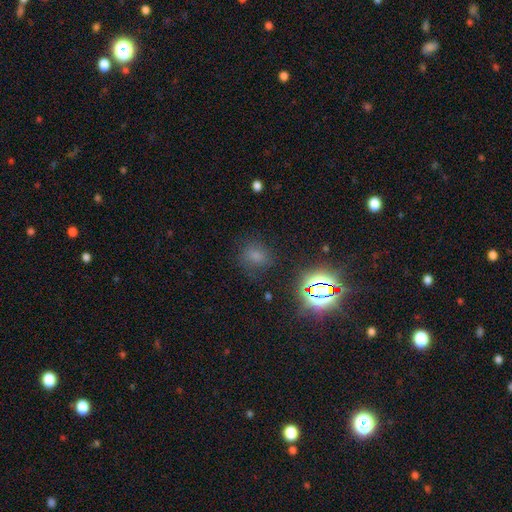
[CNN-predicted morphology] This appears to be a smooth galaxy with no disk features (54%) that is round (66%). Merging: none (76%).